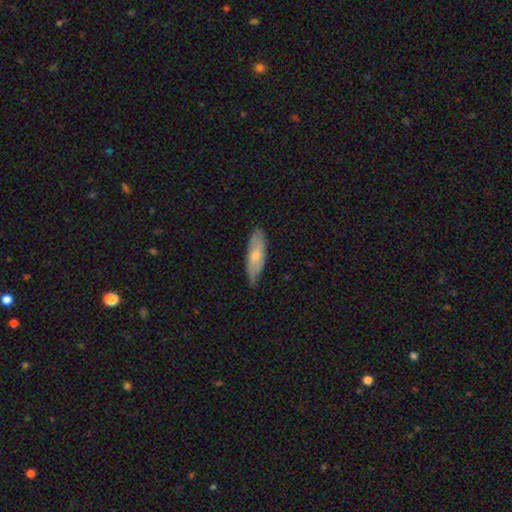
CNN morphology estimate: Q: Smooth or featured?
A: smooth (62%); runner-up: featured or disk (32%)
Q: How rounded?
A: in between (59%); runner-up: cigar-shaped (39%)
Q: Merging?
A: none (70%); runner-up: minor disturbance (25%)